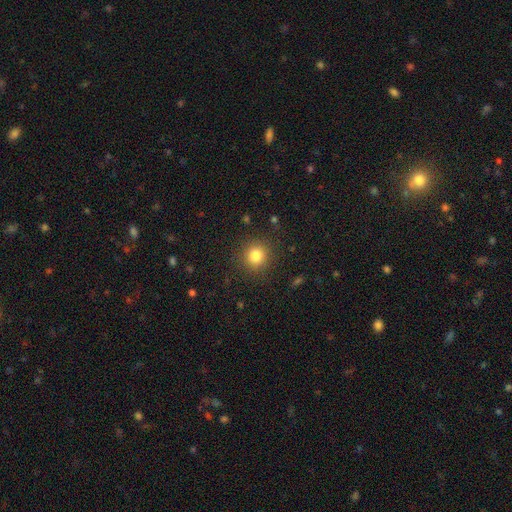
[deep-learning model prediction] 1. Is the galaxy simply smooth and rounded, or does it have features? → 81% smooth, 12% star or artifact, 6% featured or disk.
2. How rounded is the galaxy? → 91% round, 8% in between, 1% cigar-shaped.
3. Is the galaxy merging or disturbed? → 89% none, 7% minor disturbance, 3% major disturbance, 1% merger.